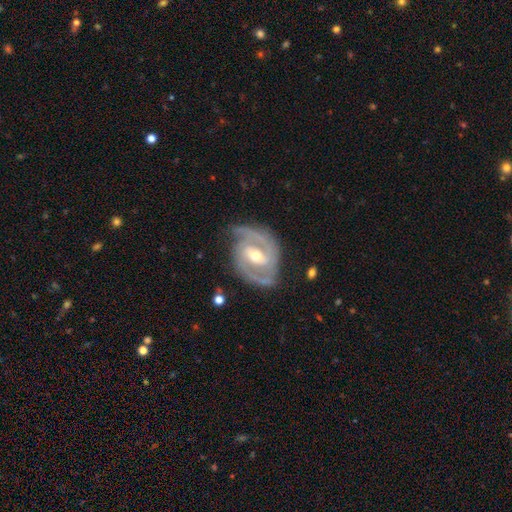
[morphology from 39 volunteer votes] Smooth or featured?
  - featured or disk: 87% *
  - smooth: 10%
  - star or artifact: 3%
Edge-on disk?
  - no: 100% *
  - yes: 0%
Bar?
  - strong: 56% *
  - weak: 35%
  - no: 9%
Spiral arms?
  - yes: 100% *
  - no: 0%
Spiral winding?
  - medium: 65% *
  - tight: 29%
  - loose: 6%
Spiral arm count?
  - 2: 97% *
  - 3: 3%
  - 1: 0%
  - 4: 0%
  - more than 4: 0%
  - can't tell: 0%
Bulge size?
  - moderate: 74% *
  - small: 26%
  - dominant: 0%
  - large: 0%
  - none: 0%
Merging?
  - none: 76% *
  - minor disturbance: 11%
  - major disturbance: 11%
  - merger: 3%